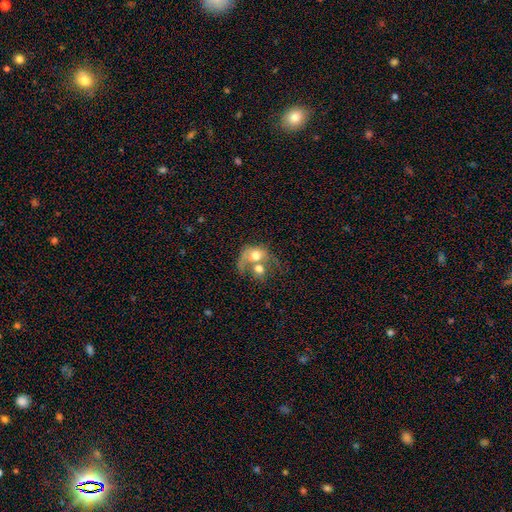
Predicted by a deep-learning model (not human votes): Overall: smooth (49%; featured or disk 40%). Merging: merger (67%).